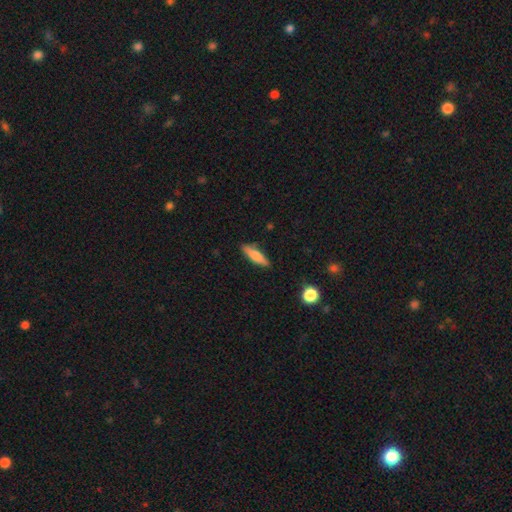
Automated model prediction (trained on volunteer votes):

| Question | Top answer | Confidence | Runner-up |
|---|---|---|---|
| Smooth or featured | smooth | 72% | featured or disk (21%) |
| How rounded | cigar-shaped | 66% | in between (32%) |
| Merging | none | 84% | minor disturbance (12%) |